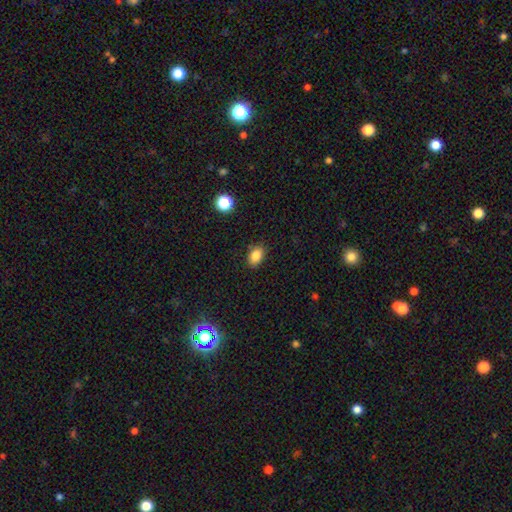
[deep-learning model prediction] A smooth galaxy with no disk features (84%) that is in between round and cigar-shaped (81%).

Vote fractions:
- Smooth or featured? smooth: 84% / star or artifact: 10% / featured or disk: 6%
- How rounded? in between: 81% / round: 18% / cigar-shaped: 1%
- Merging? none: 84% / minor disturbance: 11% / major disturbance: 3% / merger: 2%